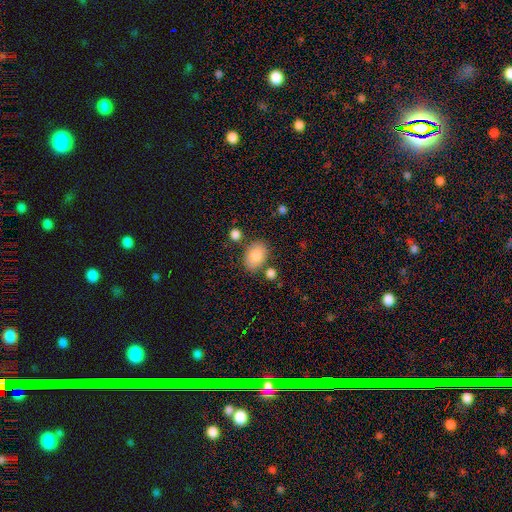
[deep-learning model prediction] smooth_or_featured: smooth (p=0.83) [alt: featured or disk p=0.10]
how_rounded: in between (p=0.81) [alt: round p=0.18]
merging: none (p=0.75) [alt: minor disturbance p=0.14]